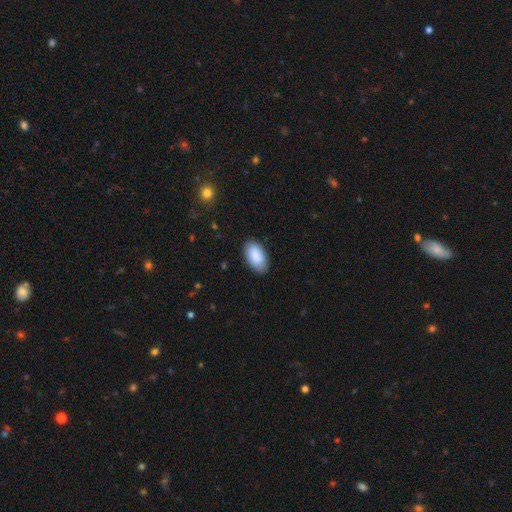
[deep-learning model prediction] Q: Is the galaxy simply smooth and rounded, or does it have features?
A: smooth — 89%.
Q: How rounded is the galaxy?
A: in between — 96%.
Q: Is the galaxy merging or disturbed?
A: none — 85%.